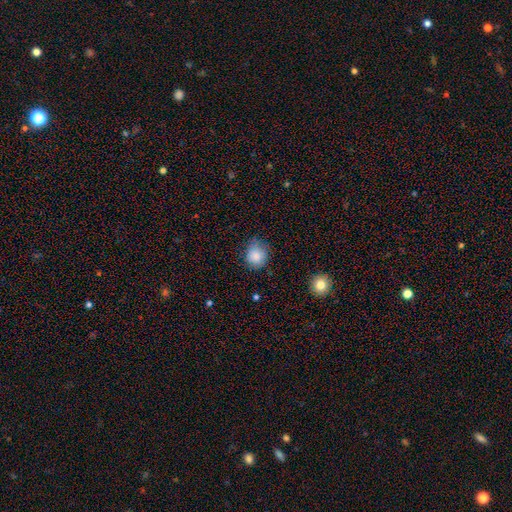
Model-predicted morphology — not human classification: A smooth galaxy with no disk features (85%) that is round (74%).

Vote fractions:
- Smooth or featured? smooth: 85% / star or artifact: 9% / featured or disk: 6%
- How rounded? round: 74% / in between: 25% / cigar-shaped: 1%
- Merging? none: 70% / minor disturbance: 24% / major disturbance: 5% / merger: 2%